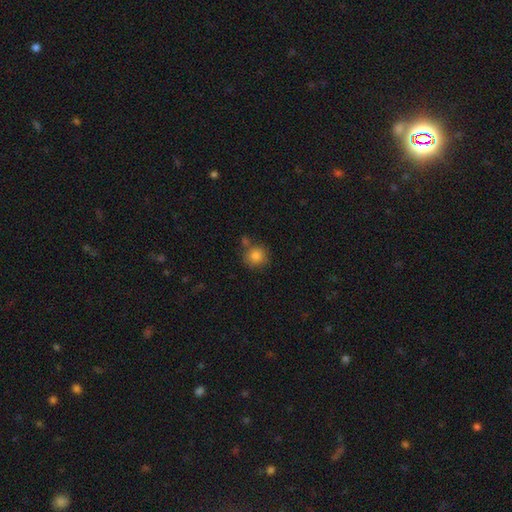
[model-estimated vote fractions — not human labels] smooth 83%, star or artifact 10%, featured or disk 7%. Down the decision tree: how rounded — round (89%); merging — none (70%).